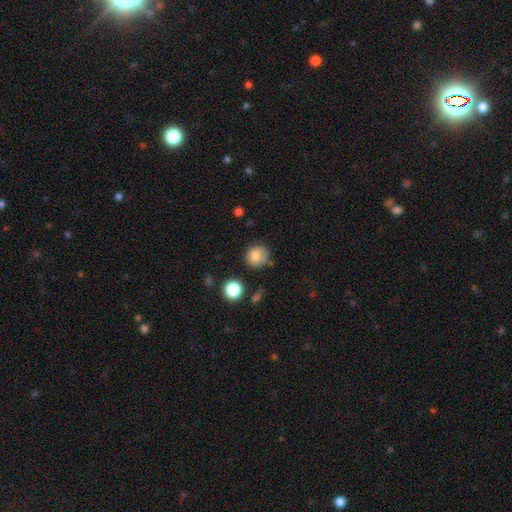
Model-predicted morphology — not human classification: A smooth galaxy with no disk features (80%) that is round (91%). Merging: none (78%).